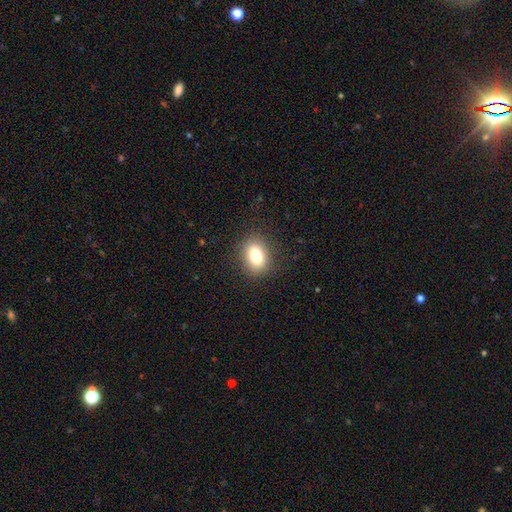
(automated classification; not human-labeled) A smooth galaxy with no disk features (81%) that is in between round and cigar-shaped (67%).

Vote fractions:
- Smooth or featured? smooth: 81% / star or artifact: 10% / featured or disk: 9%
- How rounded? in between: 67% / round: 32% / cigar-shaped: 1%
- Merging? none: 87% / minor disturbance: 9% / major disturbance: 3% / merger: 1%